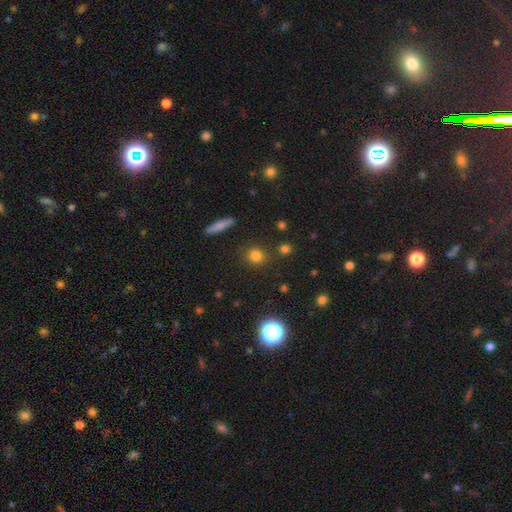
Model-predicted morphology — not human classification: smooth_or_featured: smooth (p=0.77) [alt: star or artifact p=0.16]
how_rounded: round (p=0.86) [alt: in between p=0.12]
merging: none (p=0.85) [alt: minor disturbance p=0.08]